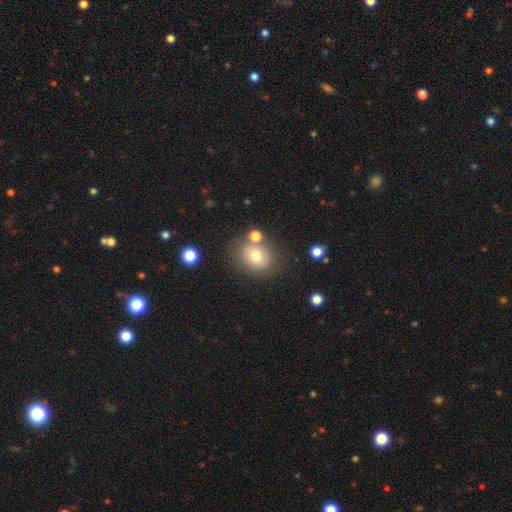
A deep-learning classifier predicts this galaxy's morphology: Smooth or featured? Predicted: smooth (p=0.73). How rounded? Predicted: round (p=0.61). Merging? Predicted: none (p=0.69).